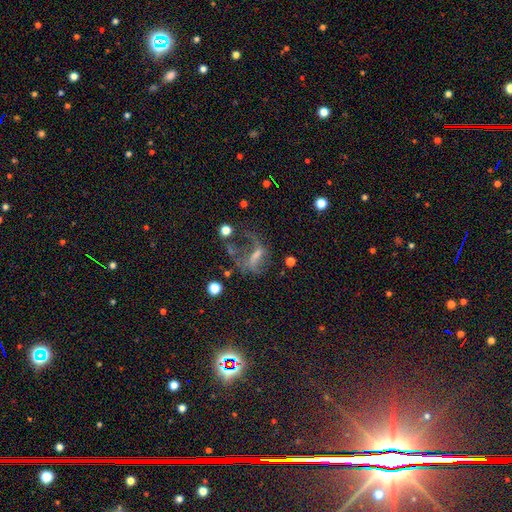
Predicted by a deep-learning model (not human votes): featured or disk 50%, star or artifact 29%, smooth 21%. Down the decision tree: merging — major disturbance (46%).